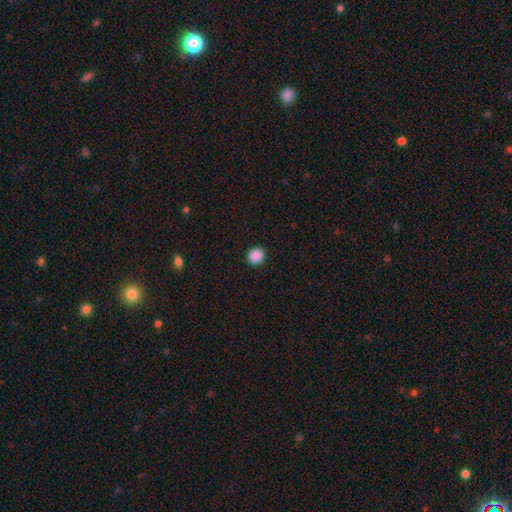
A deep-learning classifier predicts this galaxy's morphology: Smooth or featured? smooth (89%)
How rounded? round (91%)
Merging? none (93%)